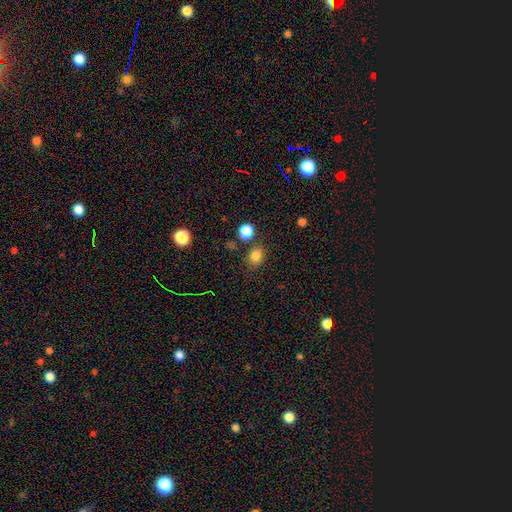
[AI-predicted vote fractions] smooth-or-featured: smooth: 83% | star or artifact: 12% | featured or disk: 5%
  how-rounded: round: 62% | in between: 37% | cigar-shaped: 1%
  merging: none: 78% | minor disturbance: 10% | merger: 8% | major disturbance: 3%